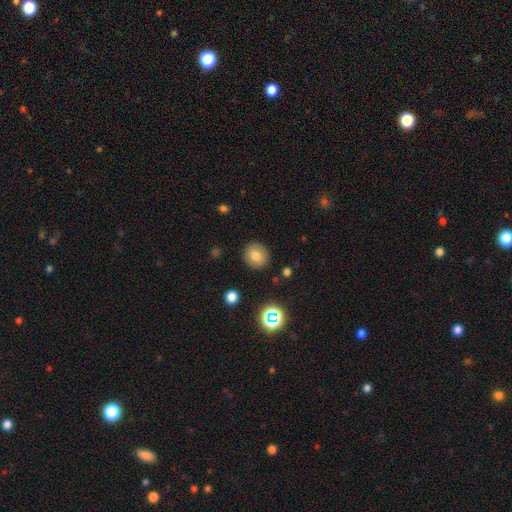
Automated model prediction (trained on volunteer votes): Overall: smooth (76%). How rounded: round (89%). Merging: none (89%).